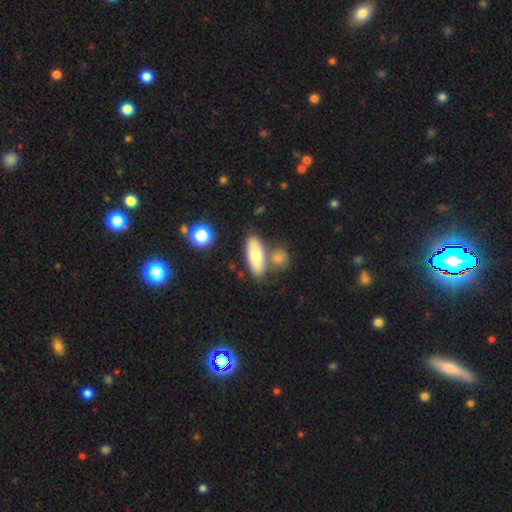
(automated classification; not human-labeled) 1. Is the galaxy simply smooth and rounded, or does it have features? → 74% smooth, 20% featured or disk, 7% star or artifact.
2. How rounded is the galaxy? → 74% in between, 22% cigar-shaped, 3% round.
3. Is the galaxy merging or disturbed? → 65% none, 20% merger, 12% minor disturbance, 3% major disturbance.